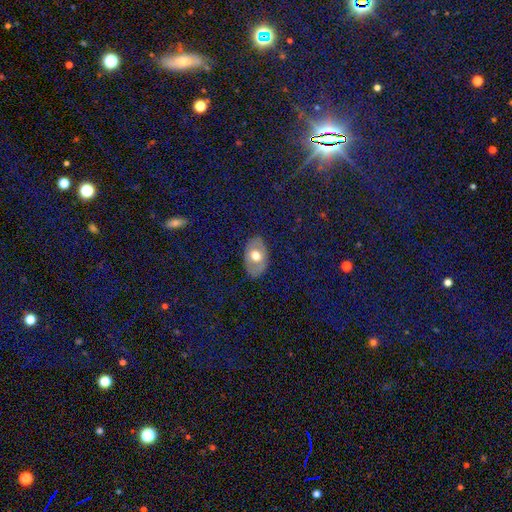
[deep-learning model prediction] Overall: smooth (57%; featured or disk 34%). How rounded: in between (88%). Merging: none (84%).